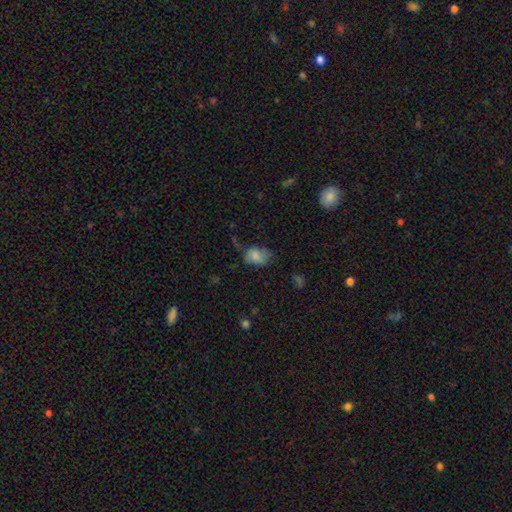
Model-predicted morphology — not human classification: A smooth galaxy with no disk features (75%) that is in between round and cigar-shaped (80%). Merging: none (46%).